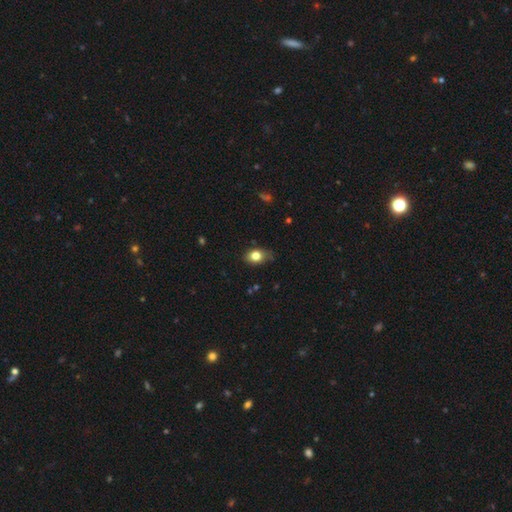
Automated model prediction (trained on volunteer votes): This is likely a smooth galaxy (80%). How rounded: likely in between (72%). Merging: likely none (70%).